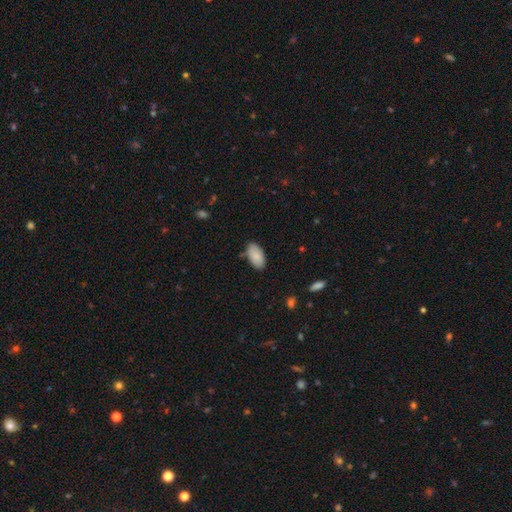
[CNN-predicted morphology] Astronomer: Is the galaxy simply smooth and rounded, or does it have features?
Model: smooth — 88%.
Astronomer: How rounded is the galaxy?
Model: in between — 95%.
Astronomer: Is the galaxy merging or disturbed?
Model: none — 81%.